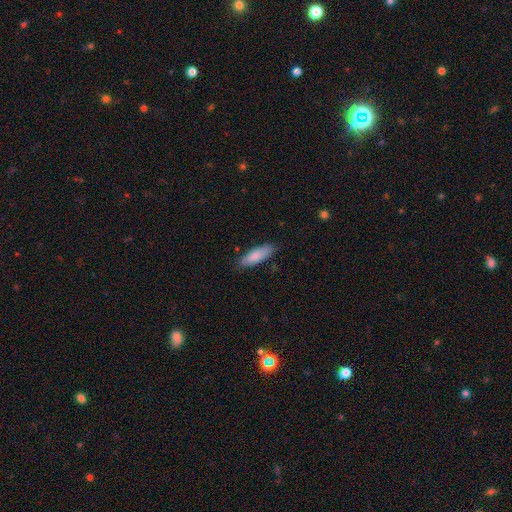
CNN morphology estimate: smooth 85%, featured or disk 10%, star or artifact 6%. Down the decision tree: how rounded — in between (53%); merging — none (83%).